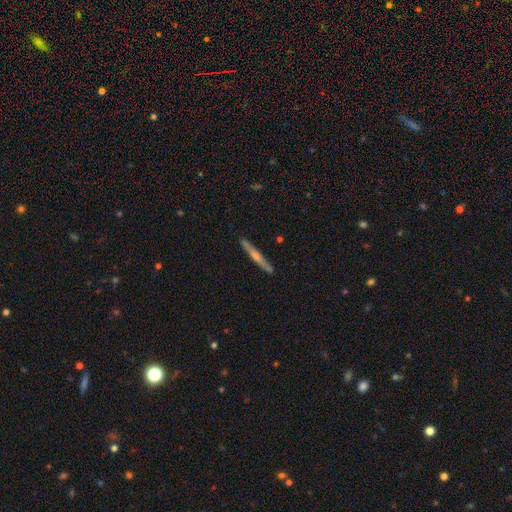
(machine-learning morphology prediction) featured or disk 66%, smooth 29%, star or artifact 6%. Down the decision tree: edge-on disk — yes (98%); edge-on bulge — rounded (76%); merging — none (90%).